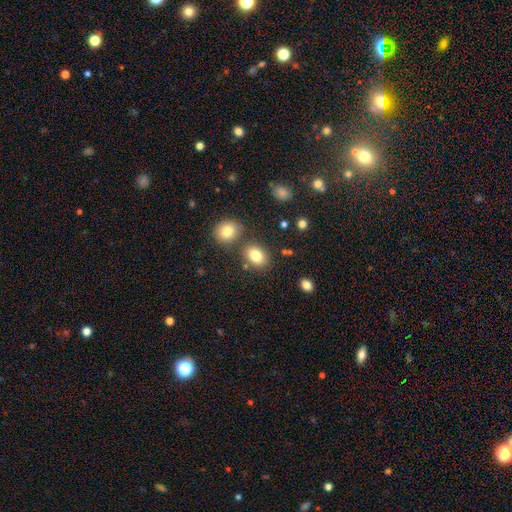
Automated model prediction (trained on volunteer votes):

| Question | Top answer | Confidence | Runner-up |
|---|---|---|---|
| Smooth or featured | smooth | 82% | star or artifact (10%) |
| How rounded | in between | 63% | round (36%) |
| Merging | none | 72% | merger (13%) |